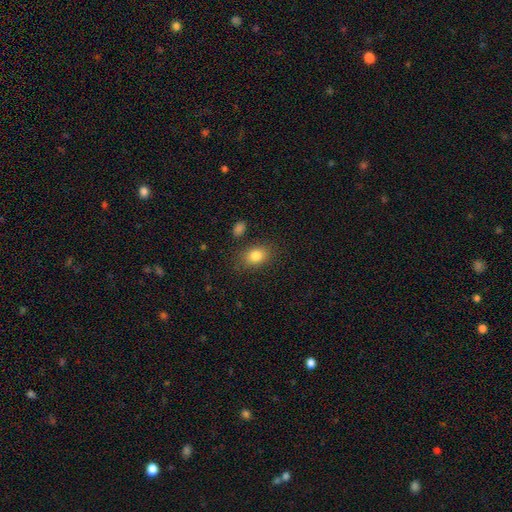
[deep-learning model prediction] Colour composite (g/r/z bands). It shows a smooth galaxy with no disk features (83%) that is in between round and cigar-shaped (73%). Merging: none (80%).